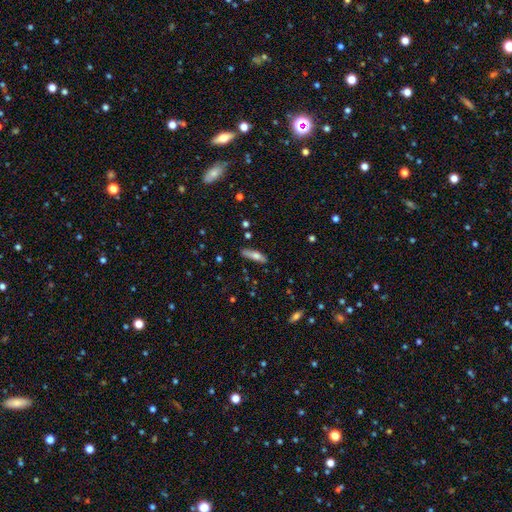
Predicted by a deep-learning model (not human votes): A smooth galaxy with no disk features (63%) that is cigar-shaped (66%).

Vote fractions:
- Smooth or featured? smooth: 63% / featured or disk: 30% / star or artifact: 7%
- How rounded? cigar-shaped: 66% / in between: 32% / round: 2%
- Merging? none: 78% / minor disturbance: 16% / major disturbance: 3% / merger: 2%